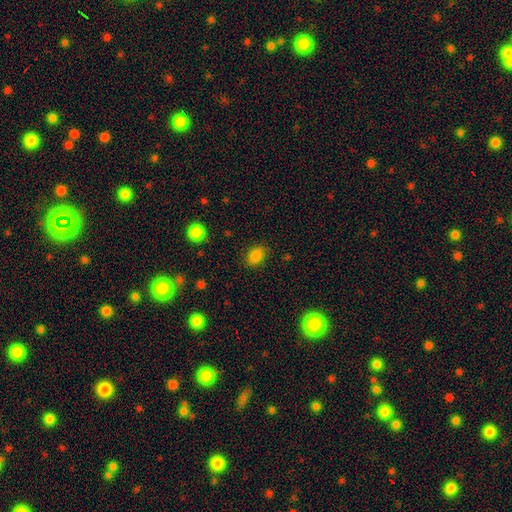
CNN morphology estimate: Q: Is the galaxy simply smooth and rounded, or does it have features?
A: smooth — 85%.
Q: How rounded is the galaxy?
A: in between — 74%.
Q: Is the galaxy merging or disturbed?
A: none — 85%.